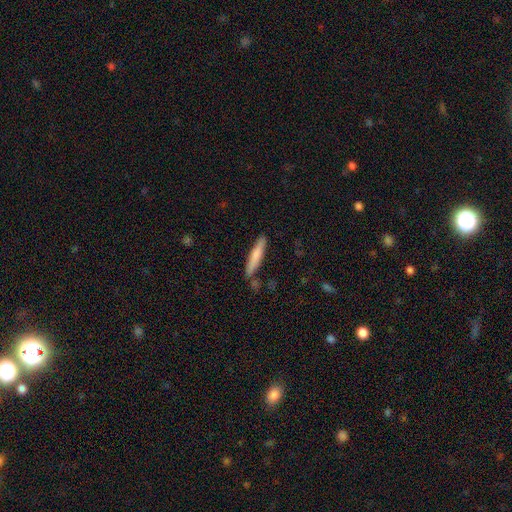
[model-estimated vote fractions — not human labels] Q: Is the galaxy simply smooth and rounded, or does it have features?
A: smooth — 71%.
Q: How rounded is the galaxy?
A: cigar-shaped — 92%.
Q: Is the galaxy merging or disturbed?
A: none — 82%.